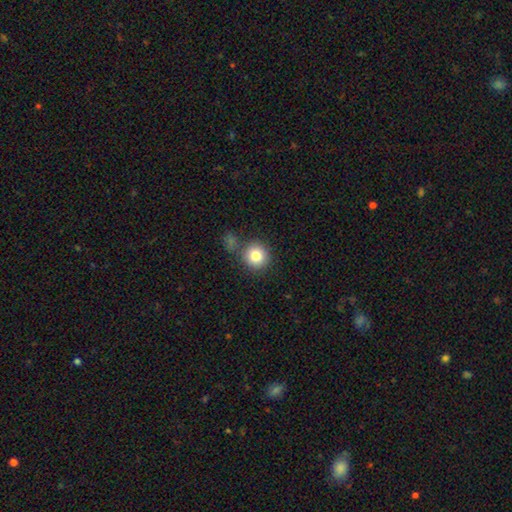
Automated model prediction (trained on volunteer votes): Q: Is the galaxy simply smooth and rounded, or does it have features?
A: smooth — 81%.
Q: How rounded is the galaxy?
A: round — 92%.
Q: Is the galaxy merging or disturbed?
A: none — 74%.